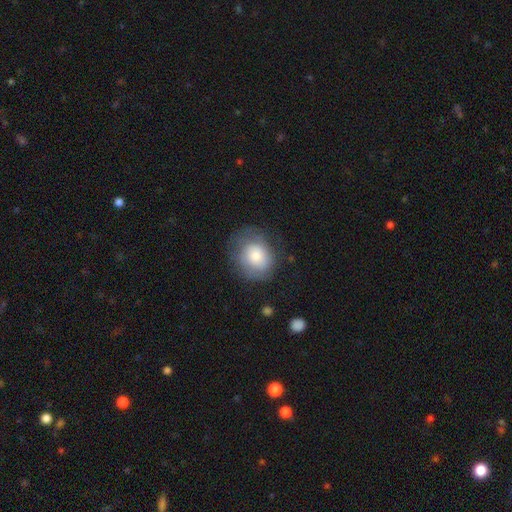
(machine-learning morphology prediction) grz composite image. It shows a smooth galaxy with no disk features (70%) that is round (74%). Merging: none (65%).